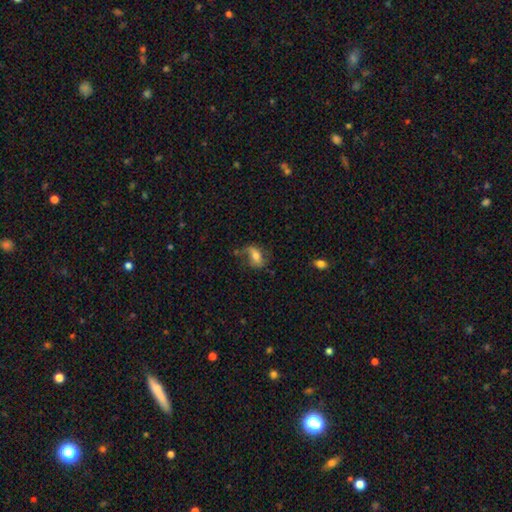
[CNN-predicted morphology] smooth 49%, featured or disk 42%, star or artifact 9%. Down the decision tree: merging — none (48%).